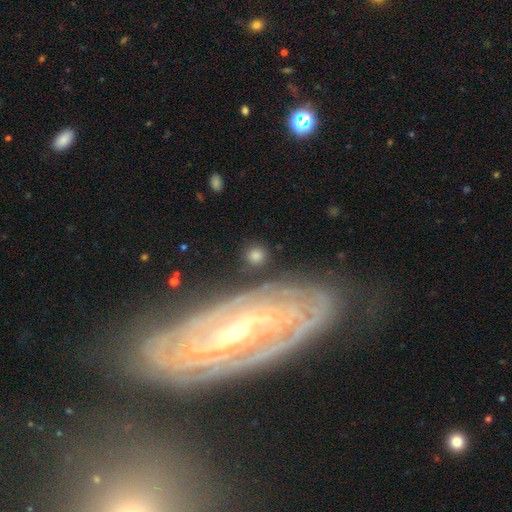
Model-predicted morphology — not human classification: Q: Smooth or featured?
A: smooth (73%); runner-up: featured or disk (15%)
Q: How rounded?
A: round (91%); runner-up: in between (7%)
Q: Merging?
A: none (83%); runner-up: minor disturbance (9%)